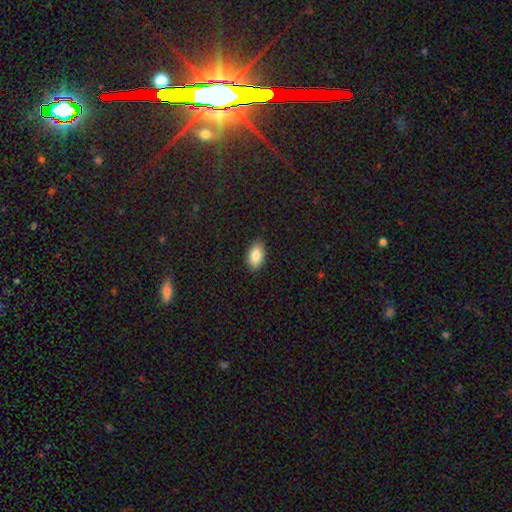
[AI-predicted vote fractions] This appears to be a smooth galaxy with no disk features (85%) that is in between round and cigar-shaped (93%). Merging: none (87%).